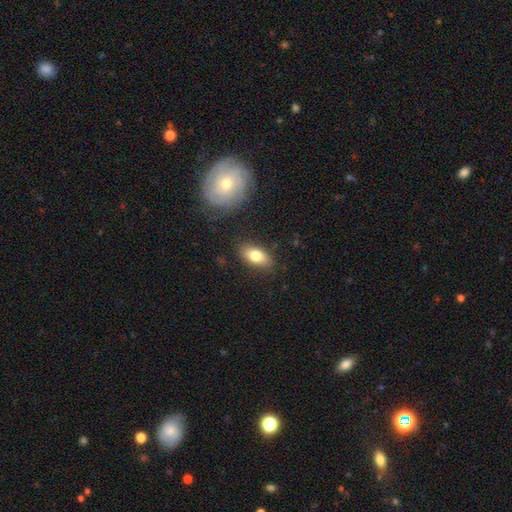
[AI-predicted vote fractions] A smooth galaxy with no disk features (77%) that is in between round and cigar-shaped (88%). Merging: none (84%).